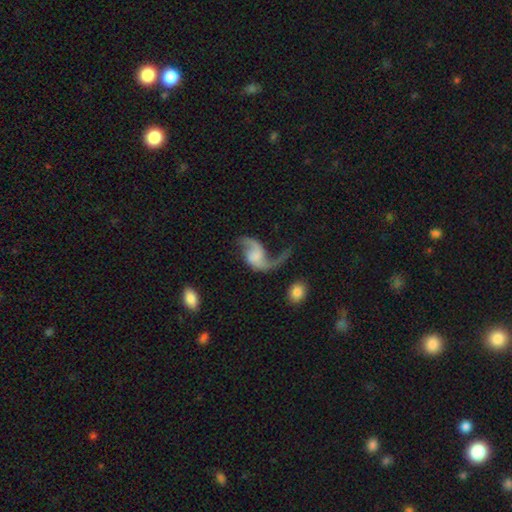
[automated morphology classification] This is clearly a featured or disk galaxy (86%). It is clearly not viewed edge-on (98%). Bar: possibly no (58%). Spiral arm pattern: clearly yes (96%). Spiral arm count: clearly 2 (87%). Spiral winding: clearly loose (85%). Central bulge: marginally none (42%). Merging: possibly none (51%).